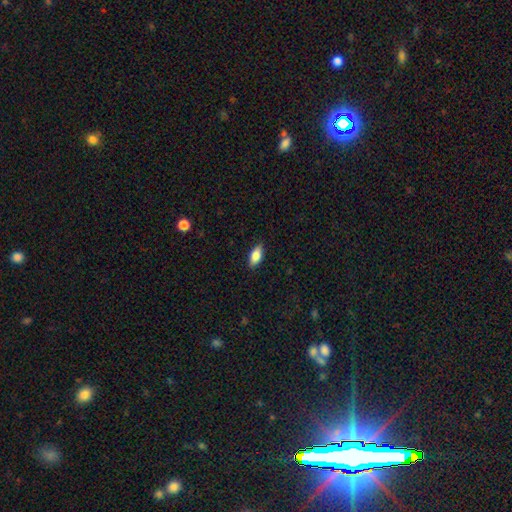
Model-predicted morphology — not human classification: The model was most divided on "smooth or featured": smooth: 81%, featured or disk: 12%, star or artifact: 7%. More confident: merging — none (88%); how rounded — in between (87%).